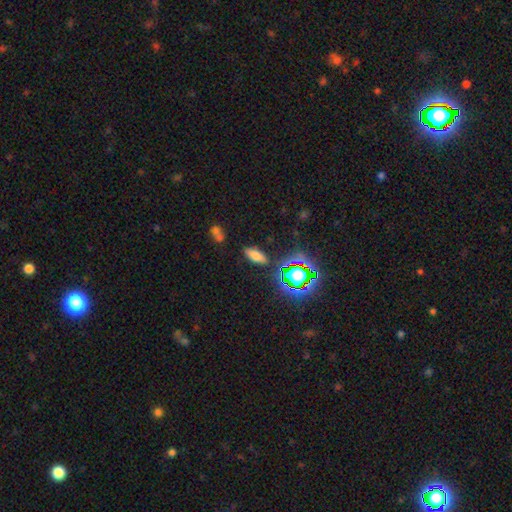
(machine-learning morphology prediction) This is likely a smooth galaxy (64%). How rounded: likely in between (78%). Merging: clearly none (84%).